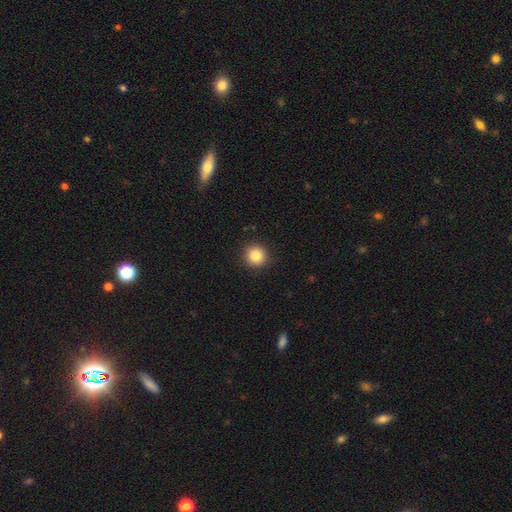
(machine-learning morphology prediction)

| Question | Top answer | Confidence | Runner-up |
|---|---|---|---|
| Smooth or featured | smooth | 84% | star or artifact (10%) |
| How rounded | round | 94% | in between (5%) |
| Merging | none | 92% | minor disturbance (6%) |